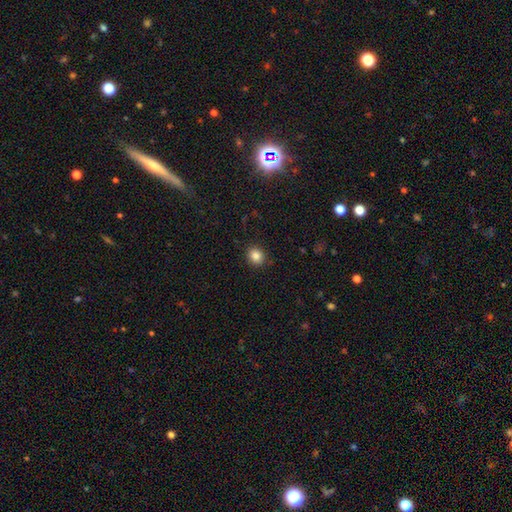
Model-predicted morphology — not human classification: Smooth or featured?
  - smooth: 85% *
  - star or artifact: 10%
  - featured or disk: 4%
How rounded?
  - round: 75% *
  - in between: 24%
  - cigar-shaped: 1%
Merging?
  - none: 89% *
  - minor disturbance: 7%
  - major disturbance: 2%
  - merger: 1%